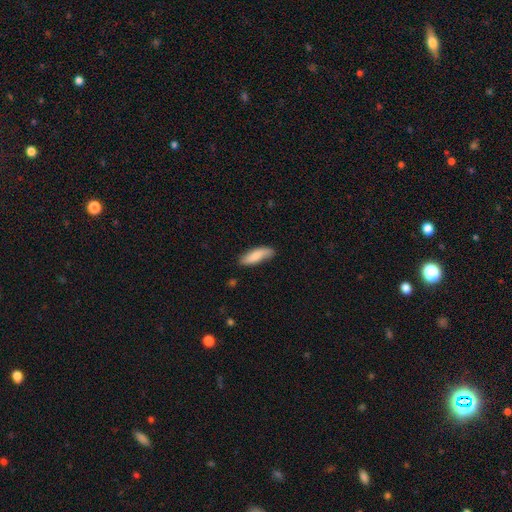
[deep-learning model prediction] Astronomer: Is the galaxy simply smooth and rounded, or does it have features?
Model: smooth — 78%.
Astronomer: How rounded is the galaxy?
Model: in between — 54% (runner-up: cigar-shaped, 44%).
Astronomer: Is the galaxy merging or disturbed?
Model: none — 75%.